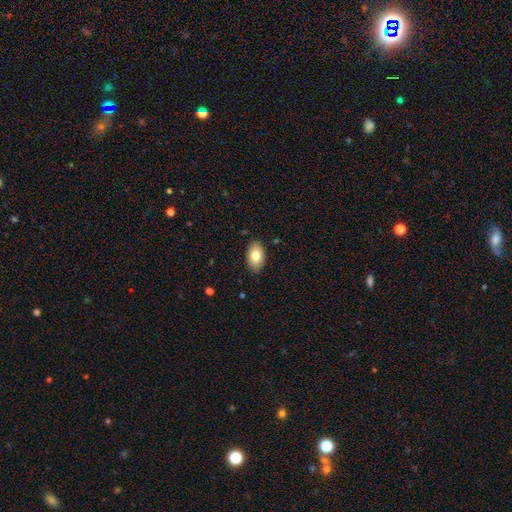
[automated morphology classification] A smooth galaxy with no disk features (81%) that is in between round and cigar-shaped (92%).

Vote fractions:
- Smooth or featured? smooth: 81% / featured or disk: 12% / star or artifact: 7%
- How rounded? in between: 92% / round: 7% / cigar-shaped: 1%
- Merging? none: 86% / minor disturbance: 11% / major disturbance: 2% / merger: 1%